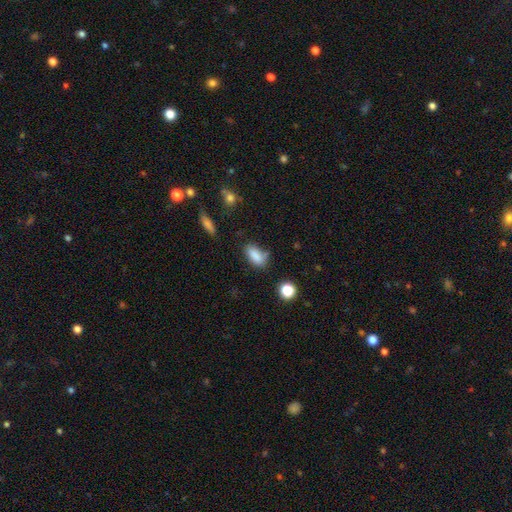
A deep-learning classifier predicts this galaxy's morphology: type=smooth (84%); roundness=in between (86%); merging=none (61%).